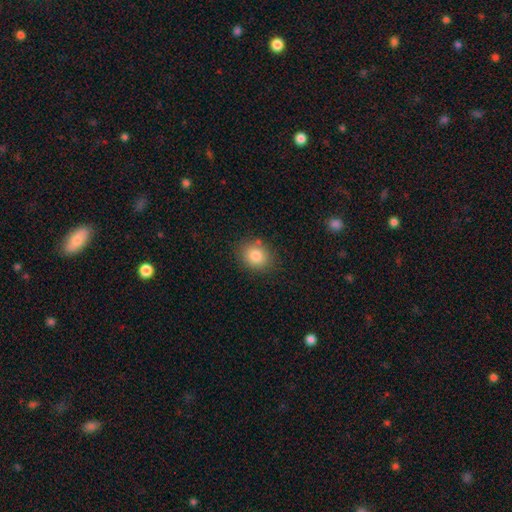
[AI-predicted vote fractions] Smooth or featured?
  - smooth: 83% *
  - star or artifact: 10%
  - featured or disk: 8%
How rounded?
  - round: 61% *
  - in between: 38%
  - cigar-shaped: 1%
Merging?
  - none: 83% *
  - minor disturbance: 11%
  - major disturbance: 3%
  - merger: 3%